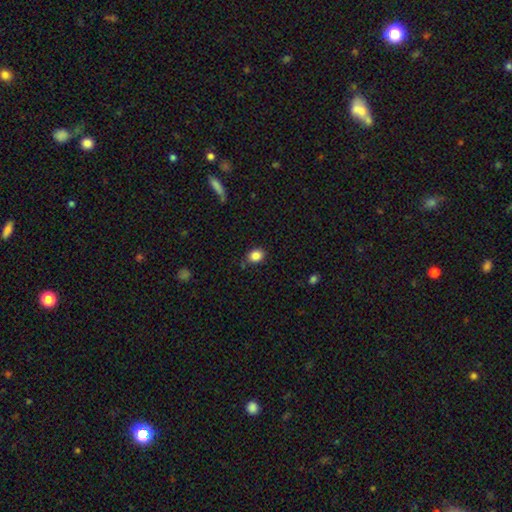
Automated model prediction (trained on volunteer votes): This is clearly a smooth galaxy (85%). How rounded: possibly in between (54%). Merging: clearly none (83%).